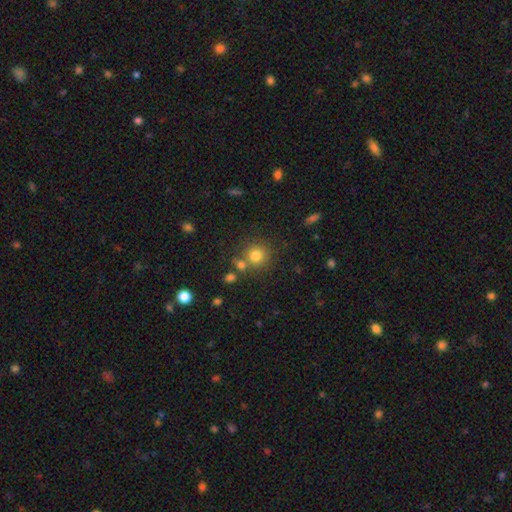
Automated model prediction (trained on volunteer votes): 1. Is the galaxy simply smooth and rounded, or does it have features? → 78% smooth, 14% star or artifact, 8% featured or disk.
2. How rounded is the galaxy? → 90% round, 9% in between, 1% cigar-shaped.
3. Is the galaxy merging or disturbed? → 71% none, 16% merger, 9% minor disturbance, 4% major disturbance.